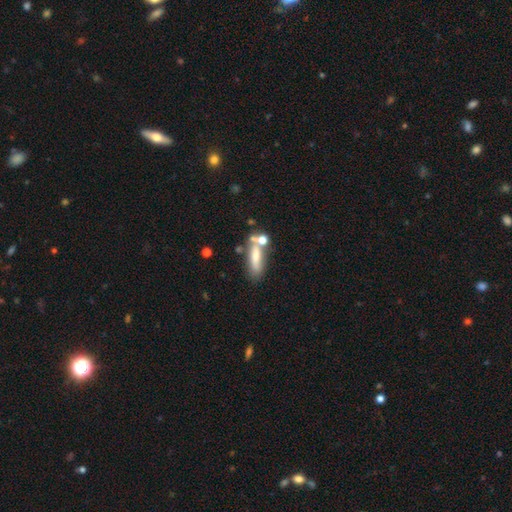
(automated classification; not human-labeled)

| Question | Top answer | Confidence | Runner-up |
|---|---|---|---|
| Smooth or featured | smooth | 62% | featured or disk (28%) |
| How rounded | in between | 49% | cigar-shaped (46%) |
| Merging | none | 44% | merger (27%) |